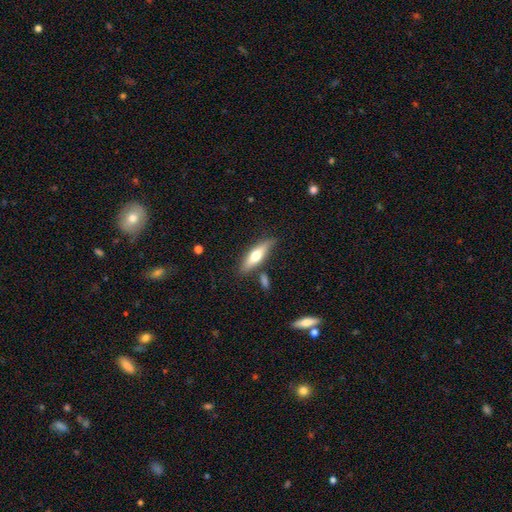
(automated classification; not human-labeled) Morphology: type=smooth (54%); roundness=cigar-shaped (58%); merging=none (76%).